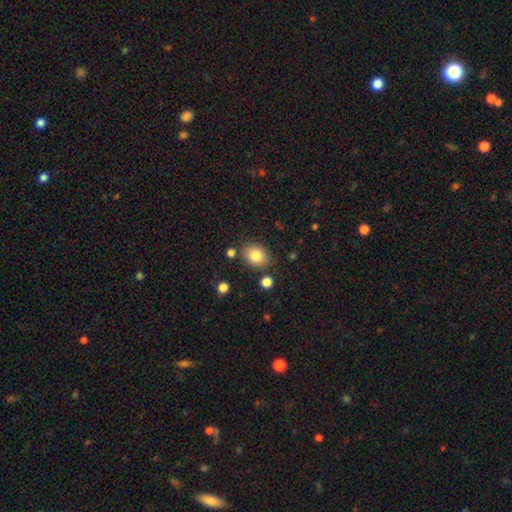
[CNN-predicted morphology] This appears to be a smooth galaxy with no disk features (83%) that is in between round and cigar-shaped (56%). Merging: none (82%).